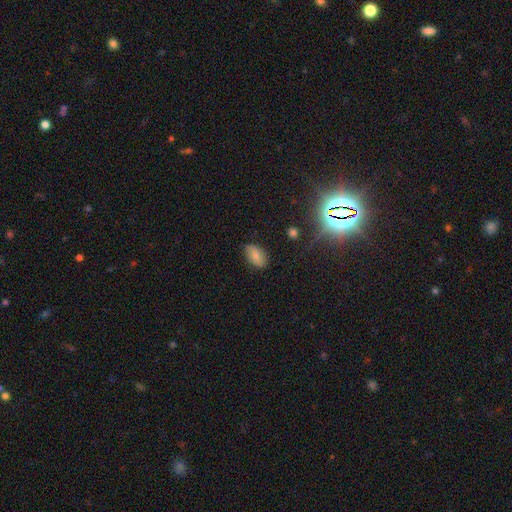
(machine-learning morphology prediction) smooth 72%, featured or disk 17%, star or artifact 11%. Down the decision tree: how rounded — in between (90%); merging — none (83%).